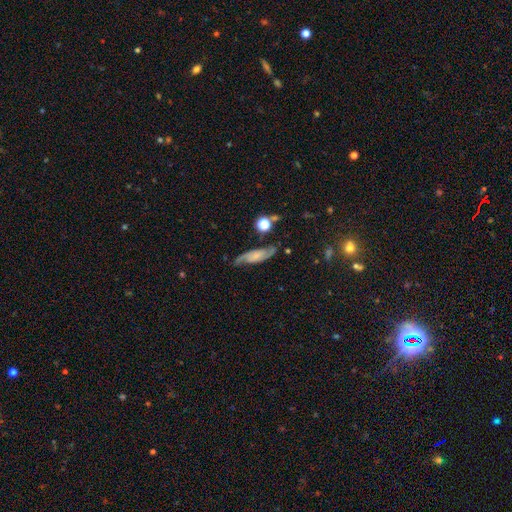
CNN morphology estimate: smooth_or_featured: featured or disk (p=0.73) [alt: smooth p=0.19]
disk_edge_on: no (p=0.87) [alt: yes p=0.13]
bar: no (p=0.56) [alt: weak p=0.32]
has_spiral_arms: yes (p=0.95) [alt: no p=0.05]
spiral_winding: medium (p=0.43) [alt: loose p=0.38]
spiral_arm_count: 2 (p=0.90) [alt: can't tell p=0.05]
bulge_size: none (p=0.39) [alt: small p=0.36]
merging: none (p=0.75) [alt: minor disturbance p=0.16]